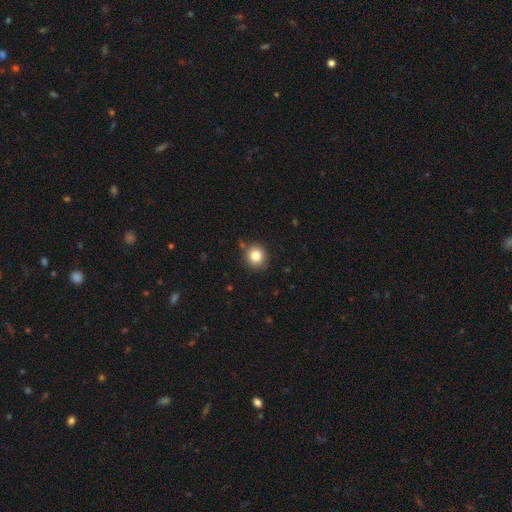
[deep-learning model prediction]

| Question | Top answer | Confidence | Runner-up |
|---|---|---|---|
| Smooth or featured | smooth | 83% | star or artifact (11%) |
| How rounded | round | 89% | in between (10%) |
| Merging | none | 82% | minor disturbance (12%) |